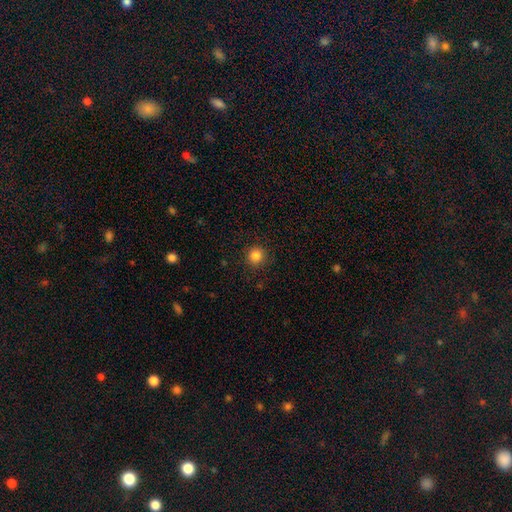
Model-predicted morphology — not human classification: Q: Smooth or featured?
A: smooth (85%); runner-up: star or artifact (11%)
Q: How rounded?
A: round (94%); runner-up: in between (5%)
Q: Merging?
A: none (89%); runner-up: minor disturbance (7%)